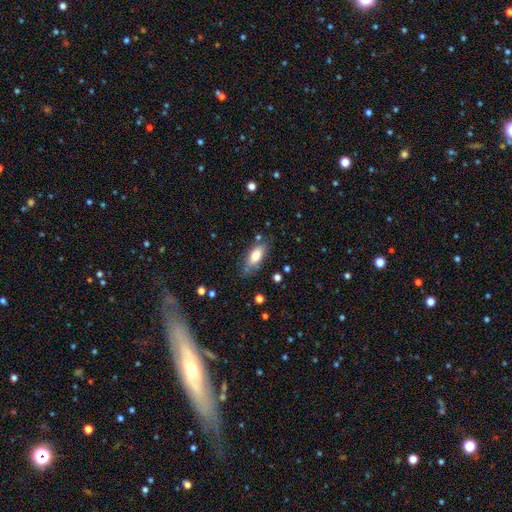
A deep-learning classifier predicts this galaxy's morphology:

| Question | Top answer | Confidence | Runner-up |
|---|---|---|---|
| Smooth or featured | smooth | 80% | featured or disk (13%) |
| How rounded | in between | 86% | cigar-shaped (11%) |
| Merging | none | 74% | minor disturbance (18%) |